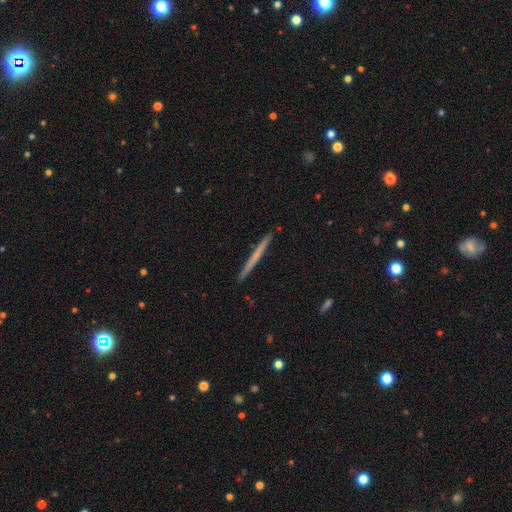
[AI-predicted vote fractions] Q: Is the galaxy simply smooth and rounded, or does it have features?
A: smooth — 48%.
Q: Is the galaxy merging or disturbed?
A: none — 93%.